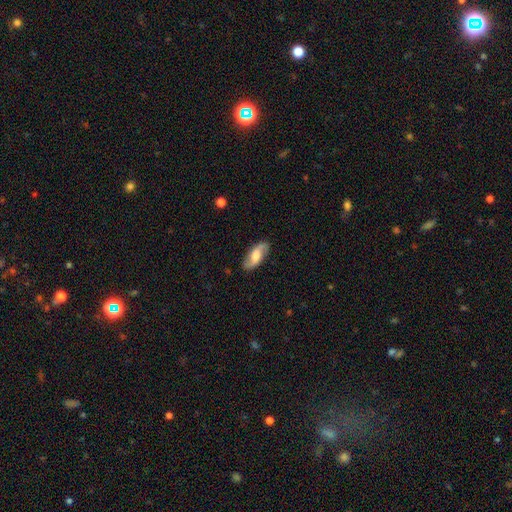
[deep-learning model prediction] Smooth or featured?
  - featured or disk: 64% *
  - smooth: 30%
  - star or artifact: 6%
Edge-on disk?
  - no: 91% *
  - yes: 9%
Bar?
  - weak: 43% *
  - no: 42%
  - strong: 15%
Spiral arms?
  - yes: 91% *
  - no: 9%
Spiral winding?
  - loose: 54% *
  - medium: 34%
  - tight: 13%
Spiral arm count?
  - 2: 91% *
  - can't tell: 4%
  - 1: 2%
  - 3: 1%
  - 4: 1%
  - more than 4: 1%
Bulge size?
  - moderate: 48% *
  - large: 26%
  - small: 16%
  - none: 8%
  - dominant: 2%
Merging?
  - none: 85% *
  - minor disturbance: 11%
  - major disturbance: 3%
  - merger: 1%